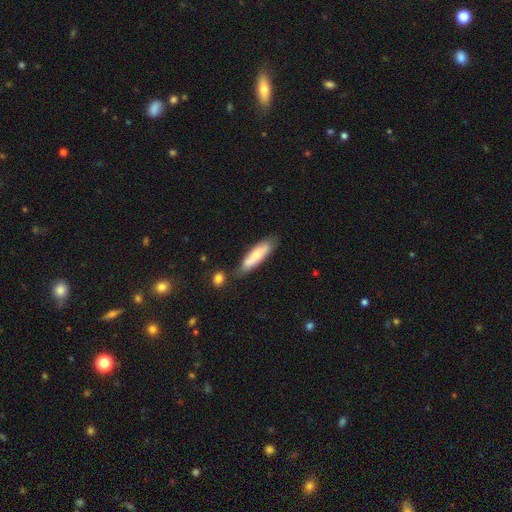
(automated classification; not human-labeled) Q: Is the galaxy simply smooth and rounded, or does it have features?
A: smooth — 67%.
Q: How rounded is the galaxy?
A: cigar-shaped — 68%.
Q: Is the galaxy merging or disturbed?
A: none — 64%.